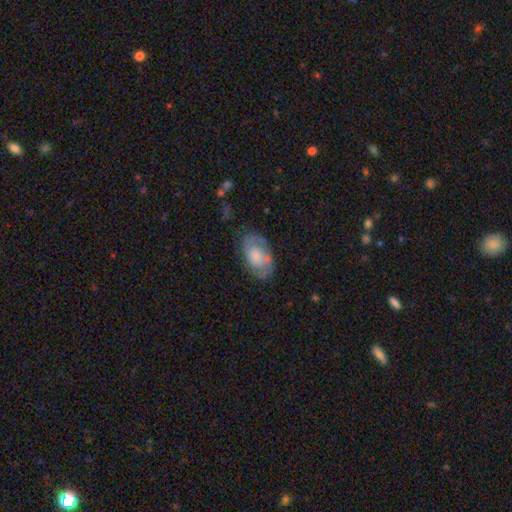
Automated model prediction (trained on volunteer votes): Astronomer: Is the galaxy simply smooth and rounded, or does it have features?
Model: featured or disk — 54% (runner-up: smooth, 38%).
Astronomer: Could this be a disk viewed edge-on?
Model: no — 94%.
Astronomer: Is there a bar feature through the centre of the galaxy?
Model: no — 75%.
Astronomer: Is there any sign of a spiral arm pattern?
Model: yes — 72%.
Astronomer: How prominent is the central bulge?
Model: moderate — 36% (runner-up: small, 24%).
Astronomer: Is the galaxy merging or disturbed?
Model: none — 71%.